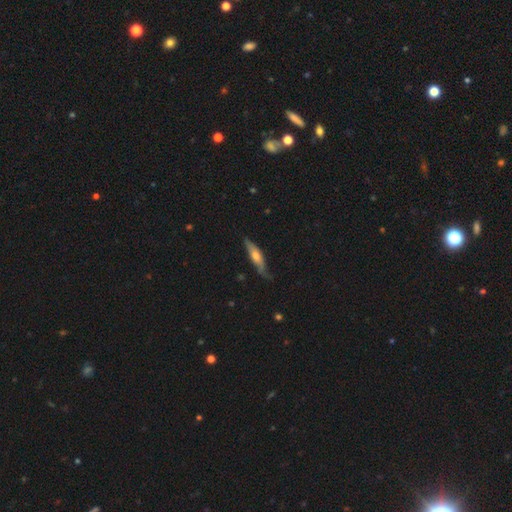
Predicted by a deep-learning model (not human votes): A featured or disk galaxy (51%) viewed edge-on (81%).

Vote fractions:
- Smooth or featured? featured or disk: 51% / smooth: 43% / star or artifact: 6%
- Edge-on disk? yes: 81% / no: 19%
- Merging? none: 69% / minor disturbance: 25% / major disturbance: 5% / merger: 2%